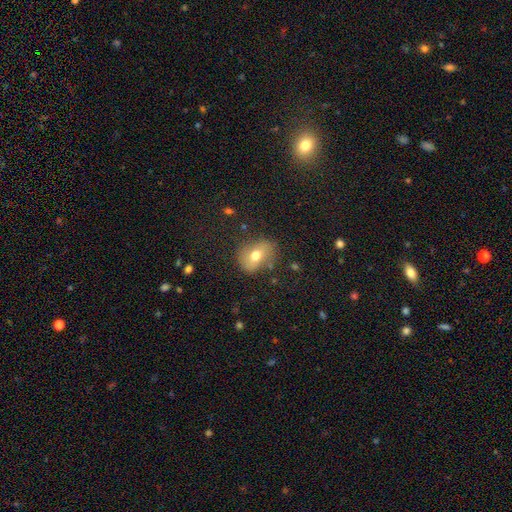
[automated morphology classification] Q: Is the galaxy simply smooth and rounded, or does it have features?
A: smooth — 66%.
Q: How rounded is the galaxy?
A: in between — 61%.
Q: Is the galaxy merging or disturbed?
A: none — 74%.